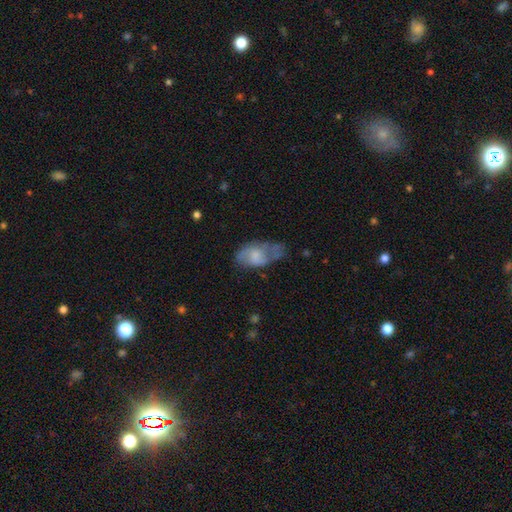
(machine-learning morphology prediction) type=smooth (49%); merging=none (42%).